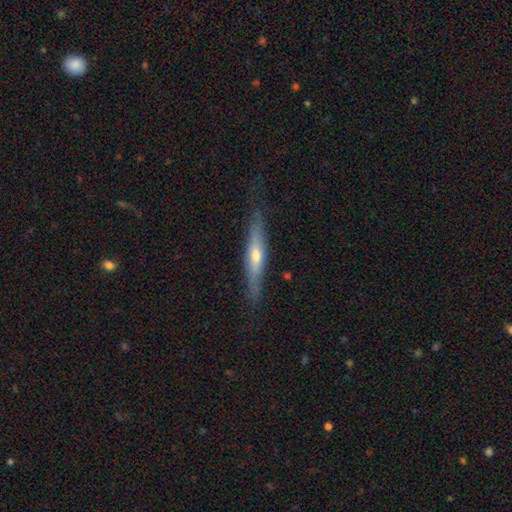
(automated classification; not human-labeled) A featured or disk galaxy (55%) viewed edge-on (89%). Merging: none (82%).